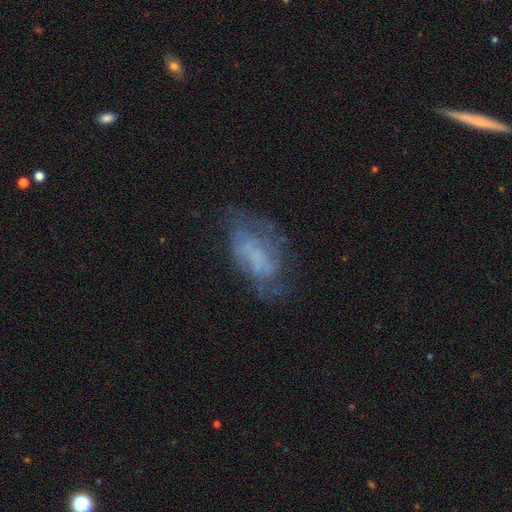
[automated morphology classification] The model was most divided on "spiral arms" (2-way tie): yes: 50%, no: 50%. More confident: edge-on disk — no (96%); bar — no (73%); bulge size — none (68%); smooth or featured — featured or disk (55%); merging — none (51%).